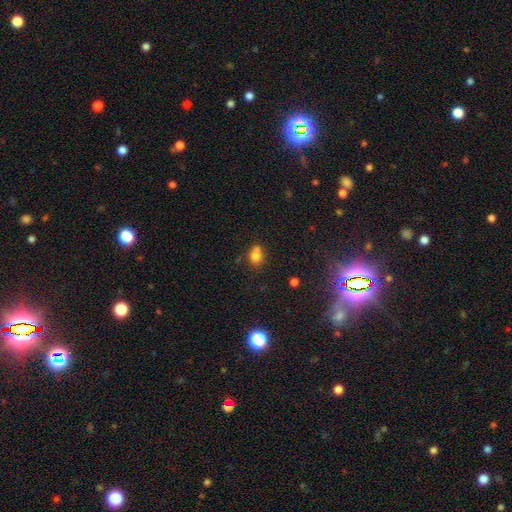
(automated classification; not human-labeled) Smooth or featured? smooth (76%)
How rounded? in between (53%)
Merging? none (48%)